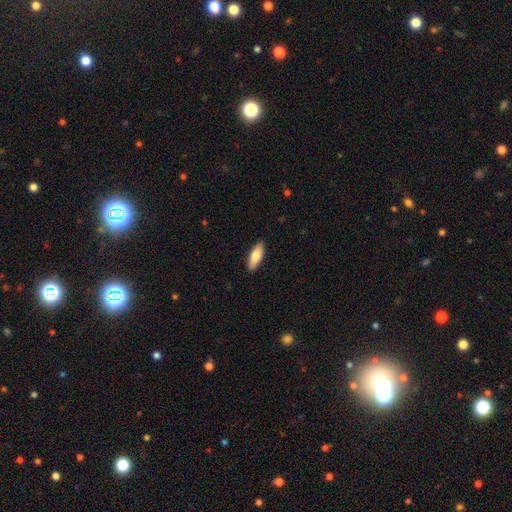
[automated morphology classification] A smooth galaxy with no disk features (79%) that is in between round and cigar-shaped (70%).

Vote fractions:
- Smooth or featured? smooth: 79% / featured or disk: 15% / star or artifact: 6%
- How rounded? in between: 70% / cigar-shaped: 28% / round: 2%
- Merging? none: 89% / minor disturbance: 8% / major disturbance: 2% / merger: 1%